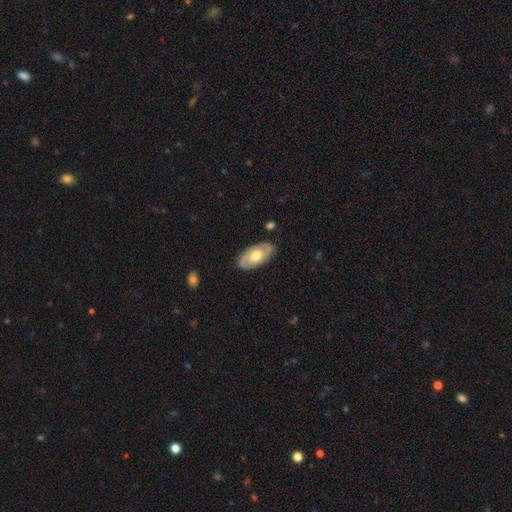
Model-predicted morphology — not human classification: This appears to be a featured or disk galaxy (50%). Merging: none (83%).